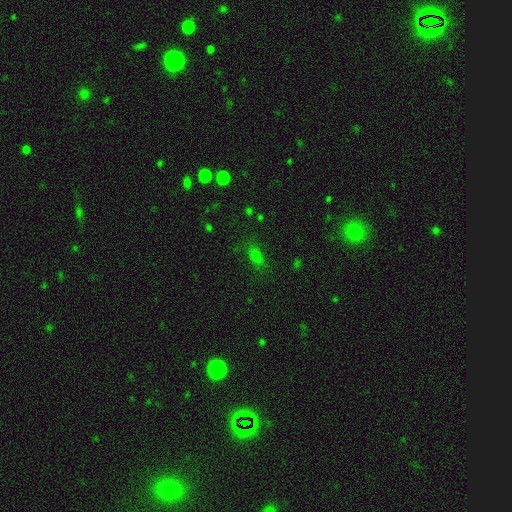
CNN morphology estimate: Smooth or featured? Predicted: smooth (p=0.67). How rounded? Predicted: in between (p=0.75). Merging? Predicted: none (p=0.77).